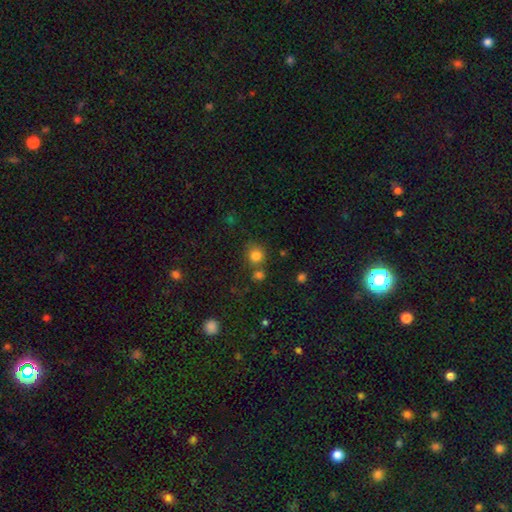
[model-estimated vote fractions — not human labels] This is clearly a smooth galaxy (81%). How rounded: clearly round (86%). Merging: likely none (66%).